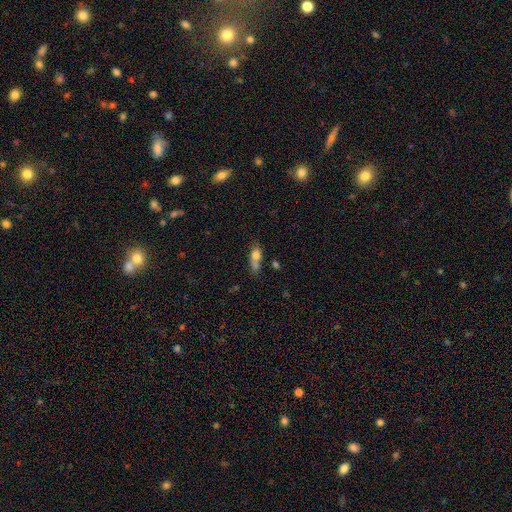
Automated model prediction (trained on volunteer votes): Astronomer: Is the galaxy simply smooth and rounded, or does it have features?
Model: smooth — 70%.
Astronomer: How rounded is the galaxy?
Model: in between — 63%.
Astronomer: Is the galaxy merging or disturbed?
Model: merger — 36% (runner-up: none, 34%).